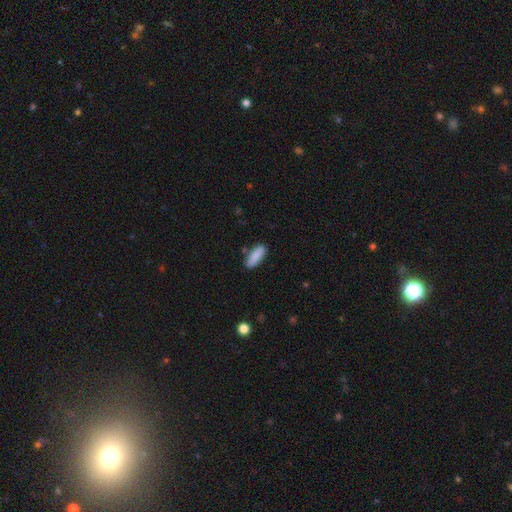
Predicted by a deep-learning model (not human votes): Smooth or featured? Predicted: smooth (p=0.88). How rounded? Predicted: in between (p=0.60). Merging? Predicted: none (p=0.84).